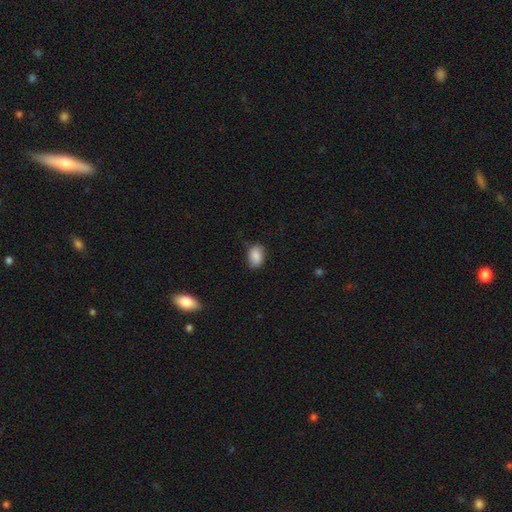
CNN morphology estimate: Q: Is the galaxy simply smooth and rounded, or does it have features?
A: smooth — 87%.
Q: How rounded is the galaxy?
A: in between — 86%.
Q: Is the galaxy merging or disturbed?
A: none — 79%.